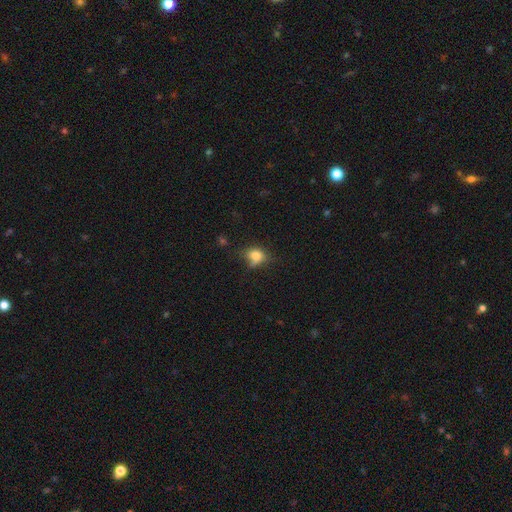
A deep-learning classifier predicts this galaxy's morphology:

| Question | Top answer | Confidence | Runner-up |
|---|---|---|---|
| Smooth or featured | smooth | 77% | star or artifact (12%) |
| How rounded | in between | 52% | round (46%) |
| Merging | none | 49% | minor disturbance (32%) |